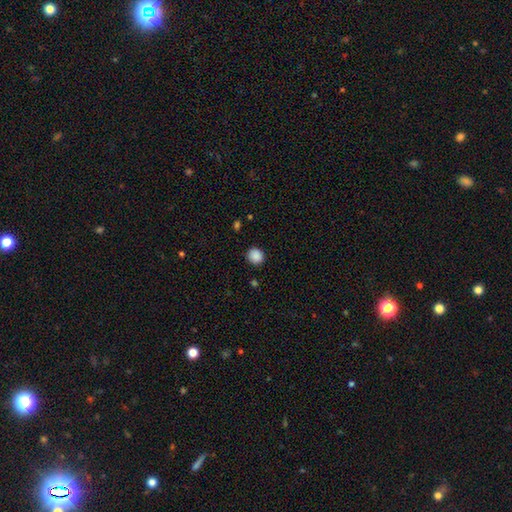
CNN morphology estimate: Overall: smooth (88%). How rounded: round (82%). Merging: none (88%).